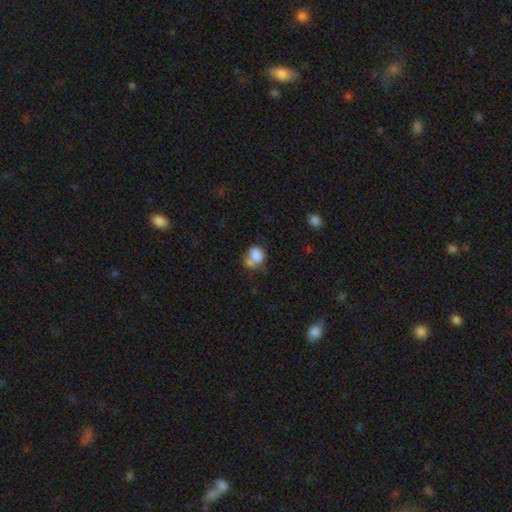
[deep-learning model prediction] smooth-or-featured: smooth: 80% | star or artifact: 10% | featured or disk: 10%
  how-rounded: round: 58% | in between: 41% | cigar-shaped: 1%
  merging: none: 36% | merger: 30% | minor disturbance: 21% | major disturbance: 12%